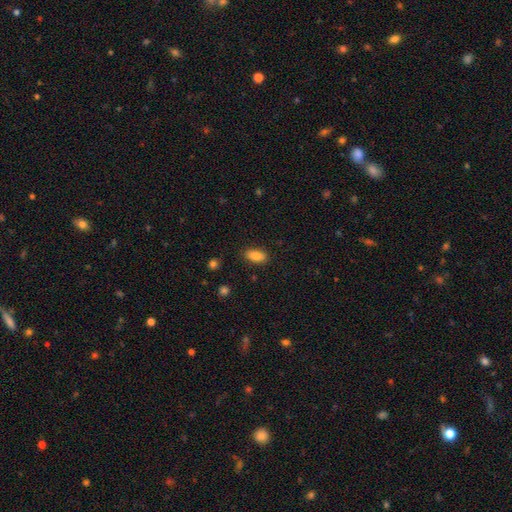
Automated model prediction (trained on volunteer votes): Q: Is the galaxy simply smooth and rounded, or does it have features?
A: smooth — 84%.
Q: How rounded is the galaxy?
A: in between — 91%.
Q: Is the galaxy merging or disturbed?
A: none — 86%.